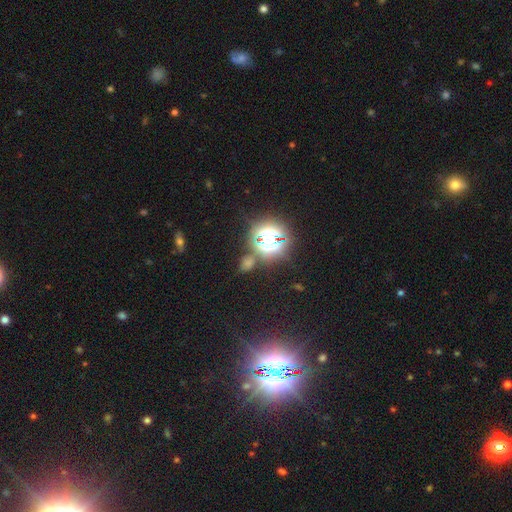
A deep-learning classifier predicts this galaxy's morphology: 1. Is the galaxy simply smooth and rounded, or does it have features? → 80% star or artifact, 15% smooth, 6% featured or disk.